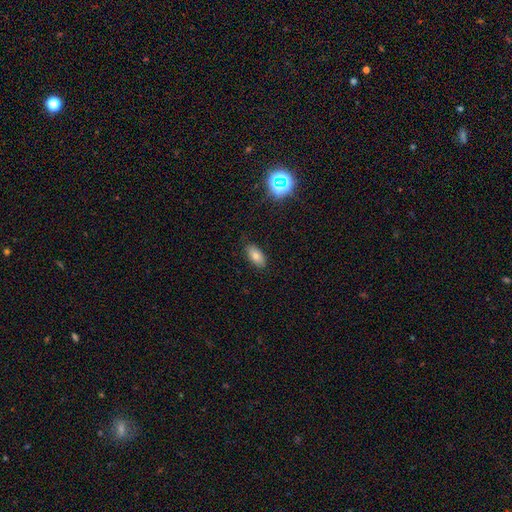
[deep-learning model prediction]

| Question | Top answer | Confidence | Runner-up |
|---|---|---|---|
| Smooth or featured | smooth | 76% | featured or disk (13%) |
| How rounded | in between | 90% | cigar-shaped (6%) |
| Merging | none | 86% | minor disturbance (11%) |